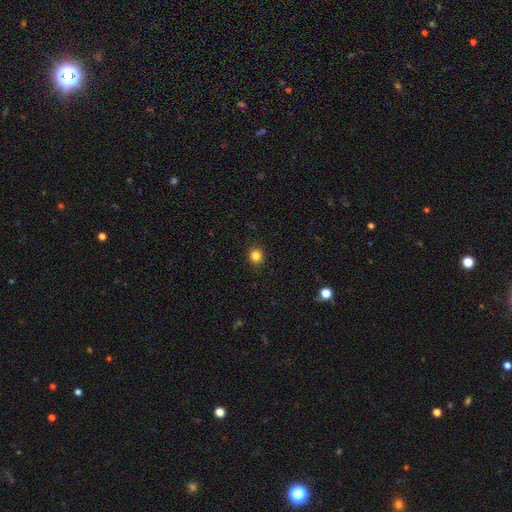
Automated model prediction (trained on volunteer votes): This is clearly a smooth galaxy (84%). How rounded: clearly round (87%). Merging: clearly none (92%).